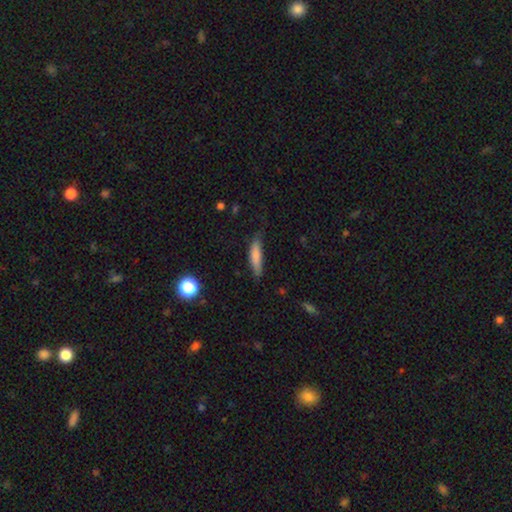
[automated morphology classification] Smooth or featured? Predicted: smooth (p=0.80). How rounded? Predicted: cigar-shaped (p=0.72). Merging? Predicted: none (p=0.68).